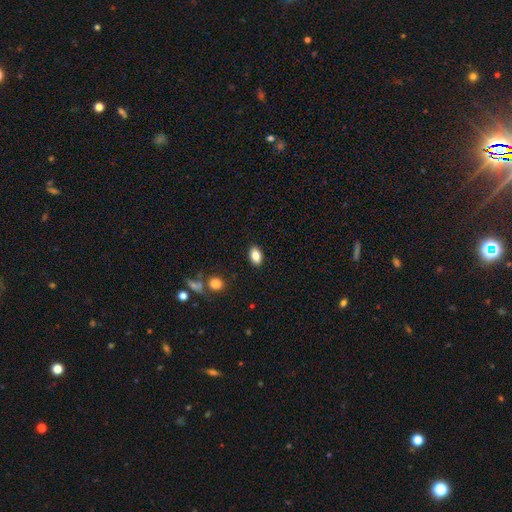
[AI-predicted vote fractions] smooth_or_featured: smooth (p=0.86) [alt: star or artifact p=0.08]
how_rounded: in between (p=0.89) [alt: round p=0.09]
merging: none (p=0.88) [alt: minor disturbance p=0.08]